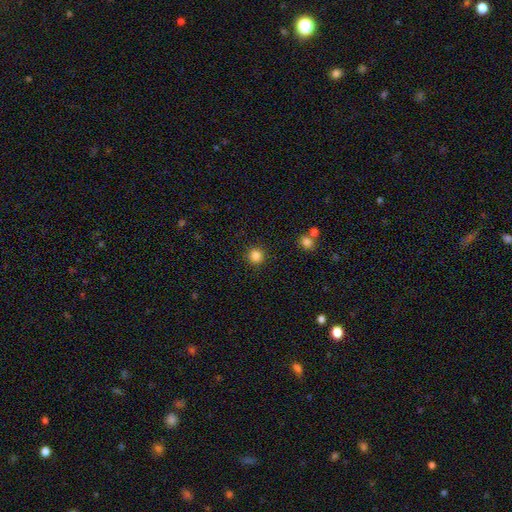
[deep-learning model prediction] Smooth or featured: smooth — 85% (star or artifact — 12%)
How rounded: round — 94% (in between — 5%)
Merging: none — 91% (minor disturbance — 5%)